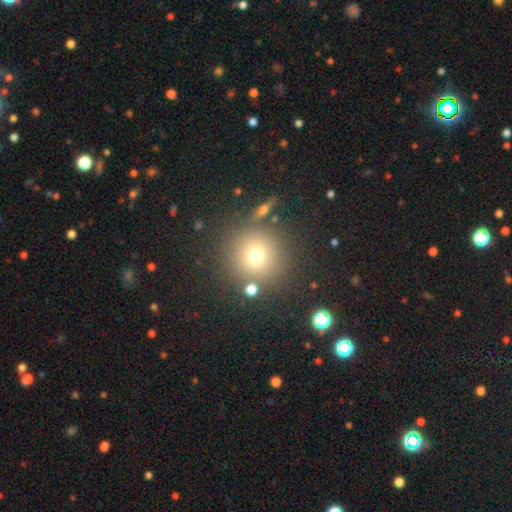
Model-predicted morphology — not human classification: Smooth or featured?
  - smooth: 71% *
  - star or artifact: 17%
  - featured or disk: 12%
How rounded?
  - round: 94% *
  - in between: 5%
  - cigar-shaped: 1%
Merging?
  - none: 82% *
  - minor disturbance: 8%
  - merger: 6%
  - major disturbance: 4%